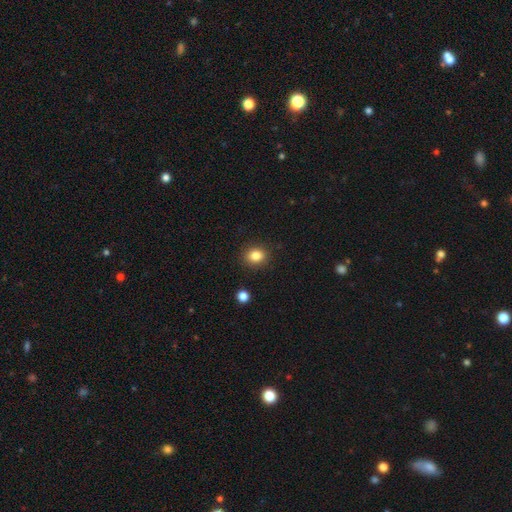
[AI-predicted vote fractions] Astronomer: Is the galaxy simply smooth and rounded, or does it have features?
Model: smooth — 84%.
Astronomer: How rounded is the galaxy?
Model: round — 59% (runner-up: in between, 40%).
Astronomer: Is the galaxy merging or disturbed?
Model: none — 88%.